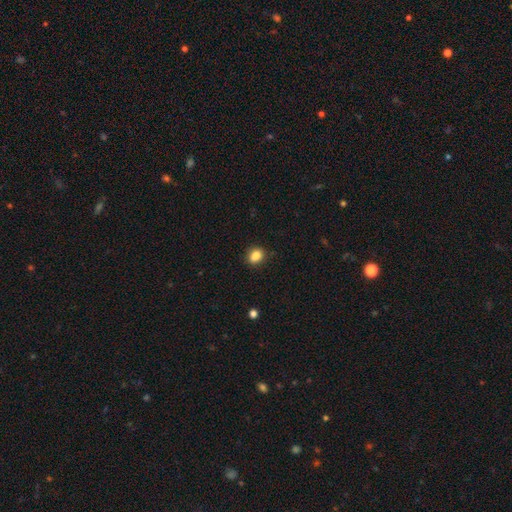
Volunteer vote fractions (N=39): smooth 87%, star or artifact 8%, featured or disk 5%. Down the decision tree: how rounded — in between (68%); merging — none (81%).